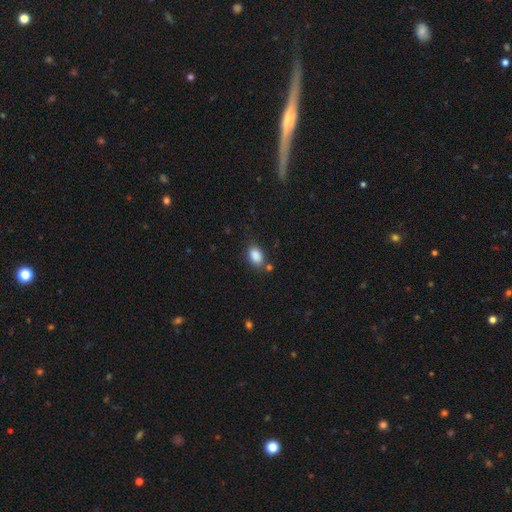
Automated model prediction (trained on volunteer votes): smooth-or-featured: smooth: 87% | star or artifact: 9% | featured or disk: 4%
  how-rounded: in between: 85% | round: 14% | cigar-shaped: 2%
  merging: none: 73% | minor disturbance: 16% | merger: 7% | major disturbance: 4%